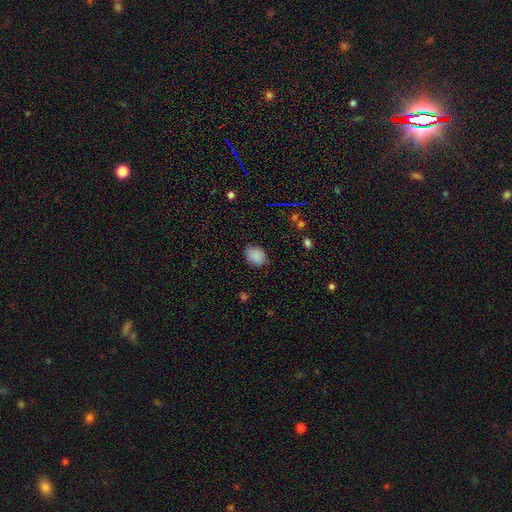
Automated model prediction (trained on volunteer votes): smooth-or-featured: smooth: 87% | star or artifact: 9% | featured or disk: 4%
  how-rounded: in between: 56% | round: 43% | cigar-shaped: 1%
  merging: none: 81% | minor disturbance: 15% | major disturbance: 3% | merger: 1%